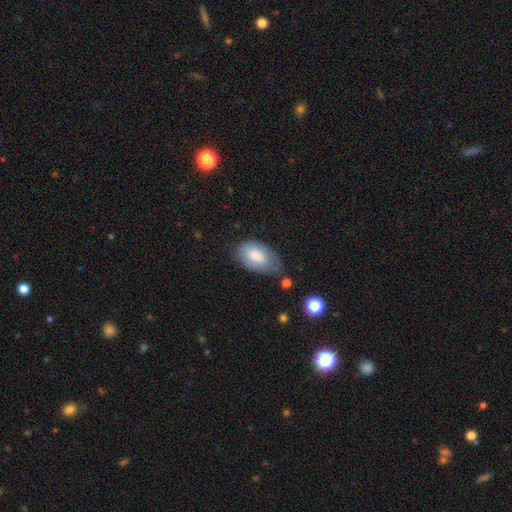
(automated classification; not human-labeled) Smooth or featured: smooth — 71% (featured or disk — 23%)
How rounded: in between — 93% (round — 5%)
Merging: none — 51% (minor disturbance — 33%)